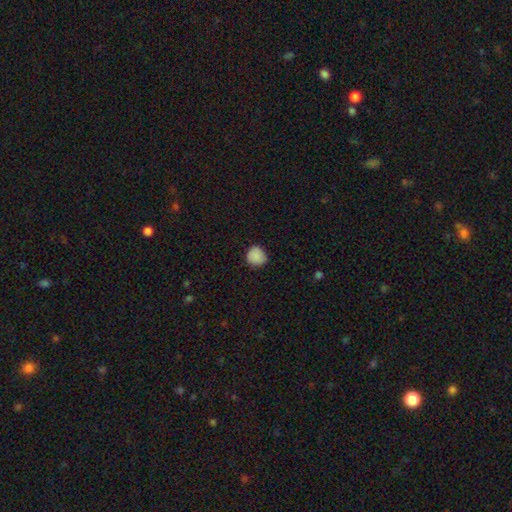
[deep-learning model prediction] This is clearly a smooth galaxy (88%). How rounded: clearly round (87%). Merging: clearly none (82%).